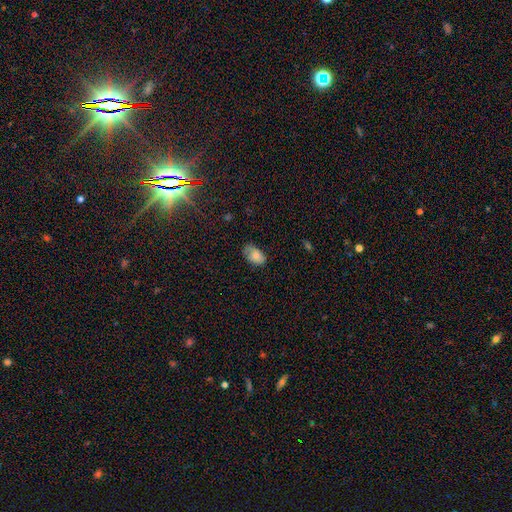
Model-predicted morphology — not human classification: smooth-or-featured: smooth: 78% | featured or disk: 14% | star or artifact: 9%
  how-rounded: in between: 91% | round: 8% | cigar-shaped: 2%
  merging: none: 62% | minor disturbance: 29% | major disturbance: 8% | merger: 2%